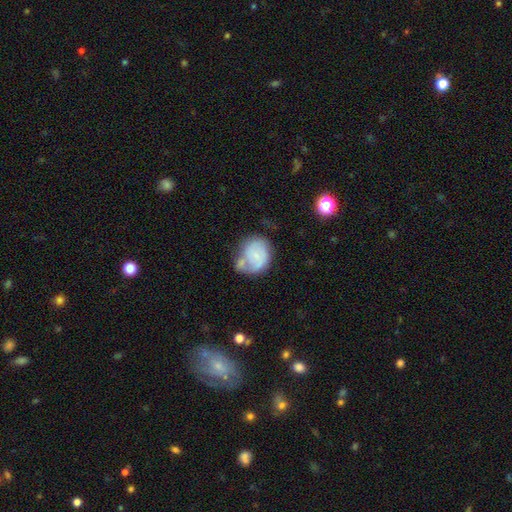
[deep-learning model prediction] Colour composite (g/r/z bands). It shows a smooth galaxy with no disk features (54%) that is round (71%). Merging: none (36%).